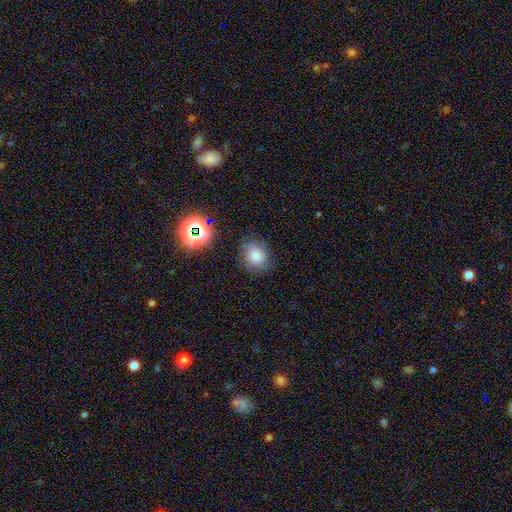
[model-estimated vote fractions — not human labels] smooth_or_featured: smooth (p=0.78) [alt: star or artifact p=0.15]
how_rounded: round (p=0.57) [alt: in between p=0.42]
merging: none (p=0.77) [alt: minor disturbance p=0.16]